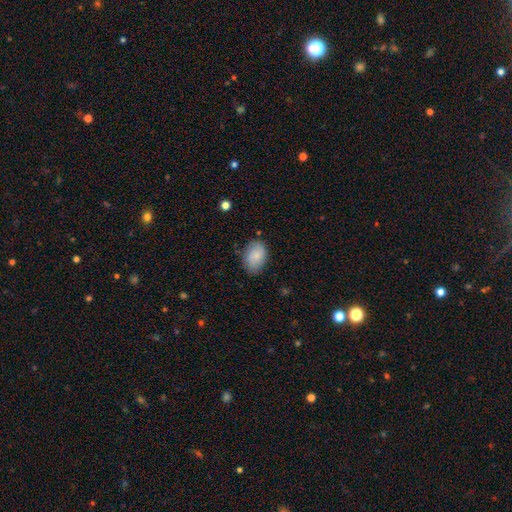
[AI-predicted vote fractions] smooth-or-featured: smooth: 83% | featured or disk: 10% | star or artifact: 7%
  how-rounded: in between: 82% | round: 17% | cigar-shaped: 1%
  merging: none: 77% | minor disturbance: 18% | major disturbance: 4% | merger: 2%